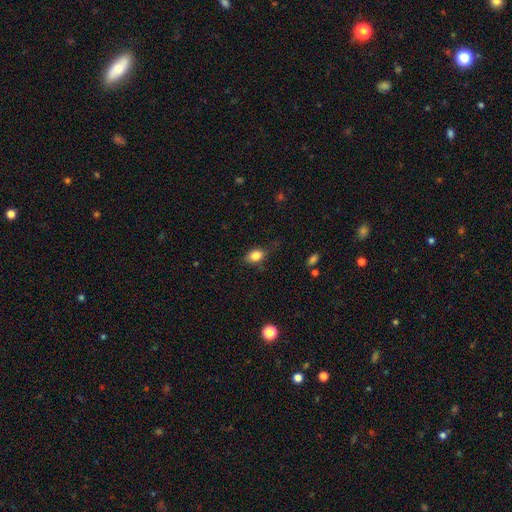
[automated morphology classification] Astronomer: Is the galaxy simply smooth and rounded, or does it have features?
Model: smooth — 84%.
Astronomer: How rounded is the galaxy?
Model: in between — 73%.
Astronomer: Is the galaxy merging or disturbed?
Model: none — 71%.